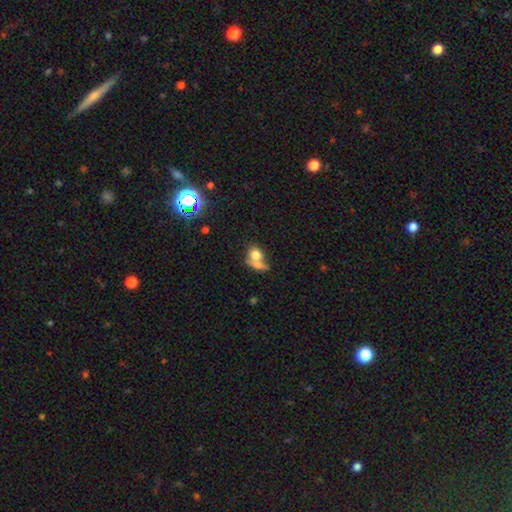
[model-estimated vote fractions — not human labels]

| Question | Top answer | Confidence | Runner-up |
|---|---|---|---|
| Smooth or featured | smooth | 75% | featured or disk (14%) |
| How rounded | round | 60% | in between (35%) |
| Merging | merger | 50% | none (34%) |